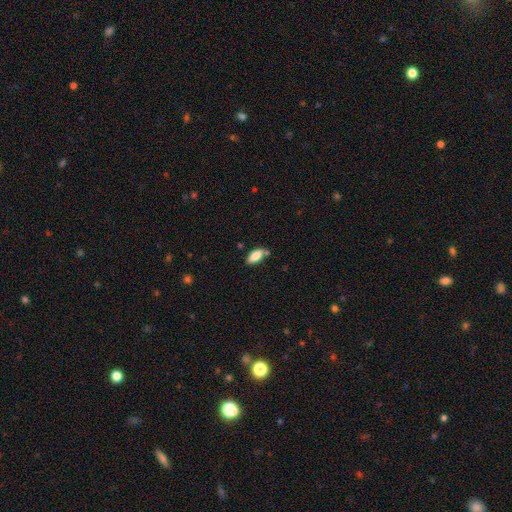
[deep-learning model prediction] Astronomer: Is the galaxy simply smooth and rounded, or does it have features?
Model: smooth — 81%.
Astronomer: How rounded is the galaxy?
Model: in between — 88%.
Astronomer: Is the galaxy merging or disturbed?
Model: none — 73%.